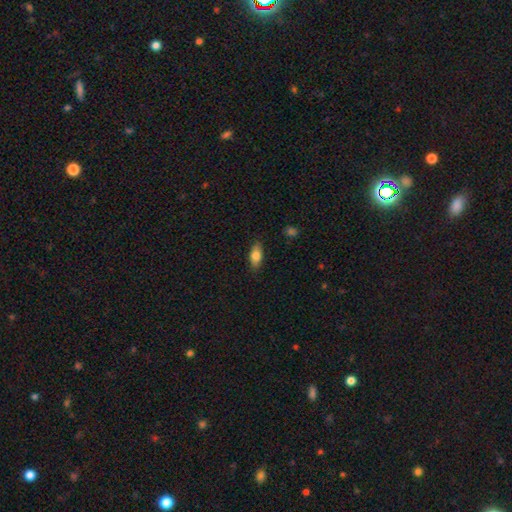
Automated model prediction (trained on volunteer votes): Smooth or featured: smooth — 80% (featured or disk — 13%)
How rounded: in between — 84% (cigar-shaped — 13%)
Merging: none — 85% (minor disturbance — 12%)